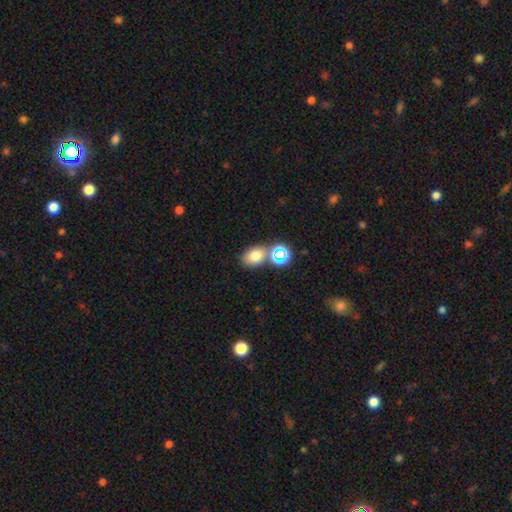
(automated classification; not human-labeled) Q: Smooth or featured?
A: smooth (72%); runner-up: star or artifact (18%)
Q: How rounded?
A: in between (72%); runner-up: round (27%)
Q: Merging?
A: none (66%); runner-up: merger (19%)